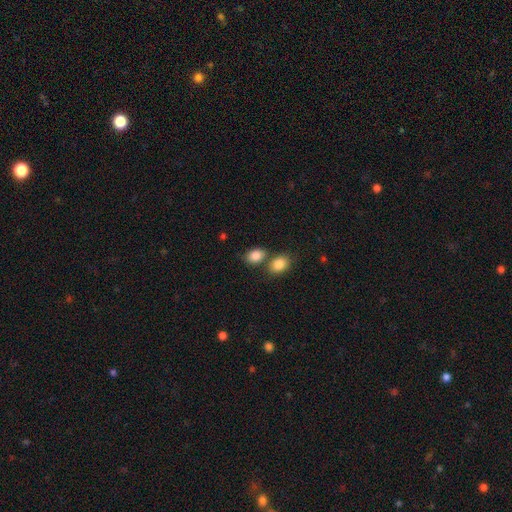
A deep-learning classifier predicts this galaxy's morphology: The model was most divided on "merging": none: 55%, merger: 31%, minor disturbance: 11%, major disturbance: 3%. More confident: smooth or featured — smooth (86%); how rounded — in between (70%).